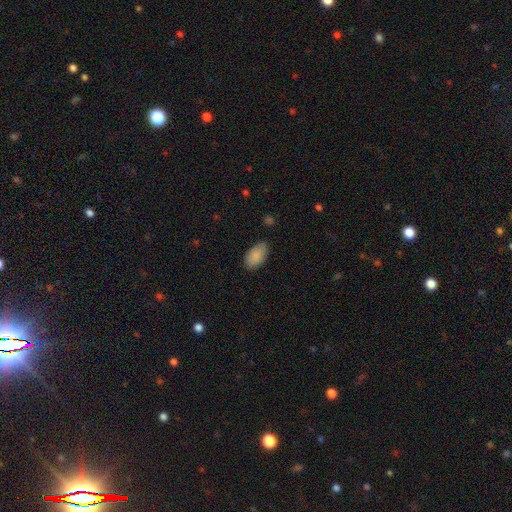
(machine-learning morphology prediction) Smooth or featured: smooth — 88% (star or artifact — 7%)
How rounded: in between — 94% (round — 5%)
Merging: none — 79% (minor disturbance — 16%)